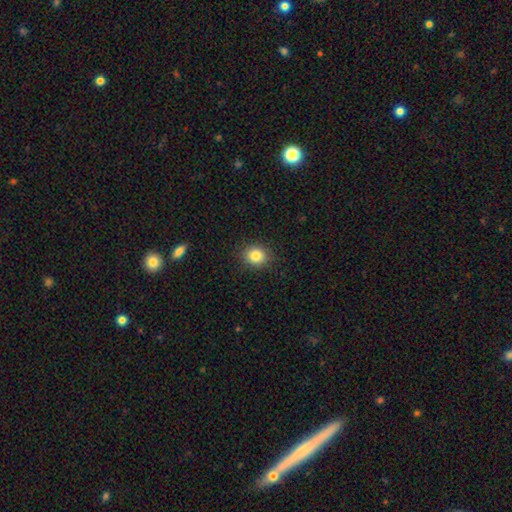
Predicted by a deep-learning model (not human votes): smooth-or-featured: smooth: 82% | star or artifact: 11% | featured or disk: 7%
  how-rounded: round: 74% | in between: 25% | cigar-shaped: 1%
  merging: none: 89% | minor disturbance: 8% | major disturbance: 2% | merger: 1%